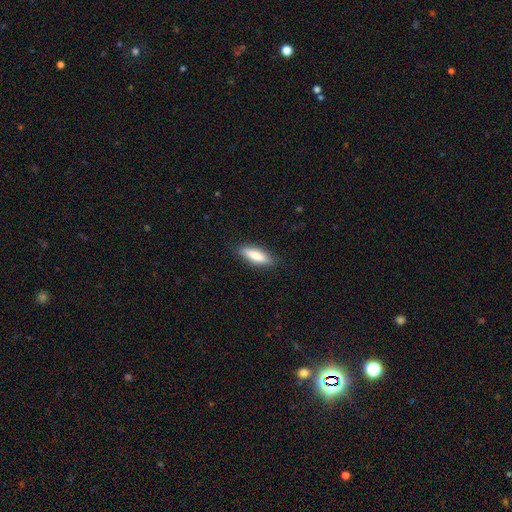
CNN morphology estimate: Smooth or featured? smooth (78%)
How rounded? cigar-shaped (55%)
Merging? none (88%)